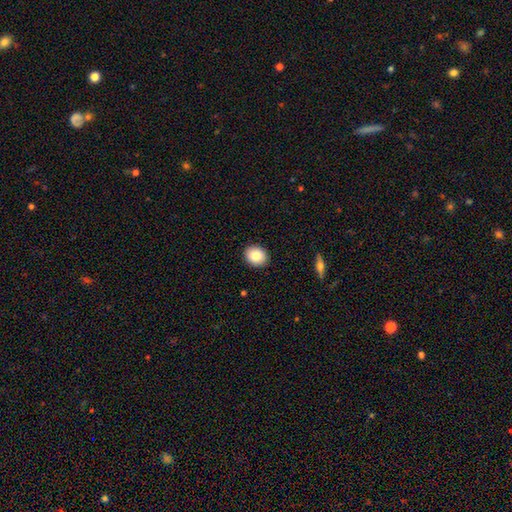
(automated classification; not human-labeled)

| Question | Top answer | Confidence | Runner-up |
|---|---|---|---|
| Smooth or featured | smooth | 81% | featured or disk (10%) |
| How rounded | round | 61% | in between (38%) |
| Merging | none | 91% | minor disturbance (6%) |